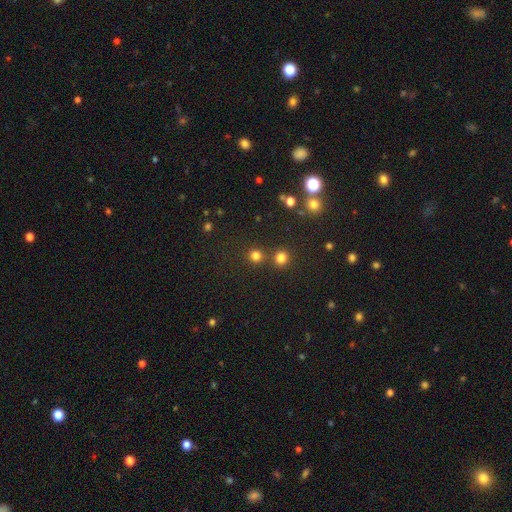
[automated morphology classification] Smooth or featured? smooth (77%)
How rounded? round (91%)
Merging? none (74%)